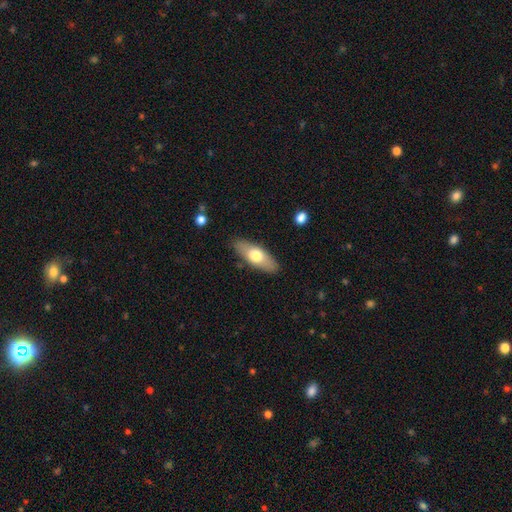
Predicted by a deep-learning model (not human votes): Overall: smooth (61%; featured or disk 33%). How rounded: in between (64%; cigar-shaped 33%). Merging: none (87%).